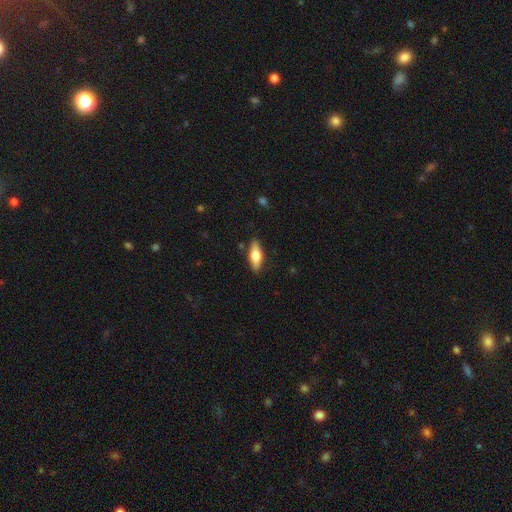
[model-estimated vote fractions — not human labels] Smooth or featured? Predicted: smooth (p=0.57). How rounded? Predicted: in between (p=0.62). Merging? Predicted: none (p=0.86).